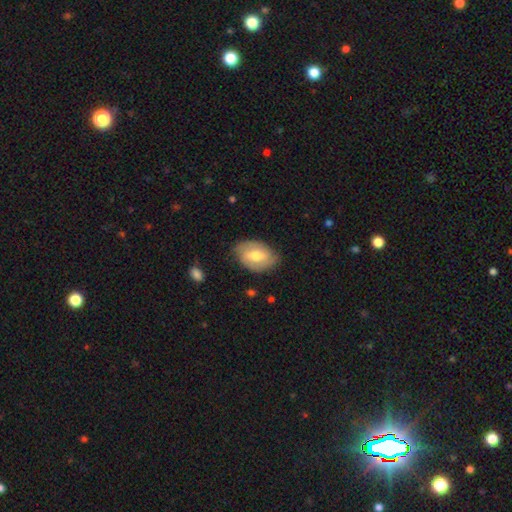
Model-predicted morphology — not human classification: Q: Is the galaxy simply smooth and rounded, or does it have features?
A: smooth — 50%.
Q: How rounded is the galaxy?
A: in between — 85%.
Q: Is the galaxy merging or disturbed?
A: none — 73%.